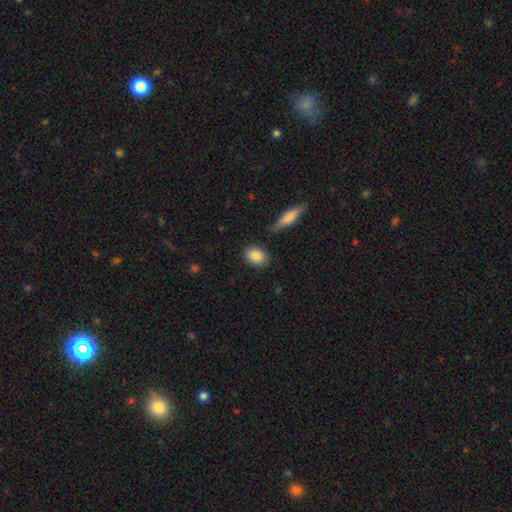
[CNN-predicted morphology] This appears to be a smooth galaxy with no disk features (87%) that is in between round and cigar-shaped (70%). Merging: none (82%).